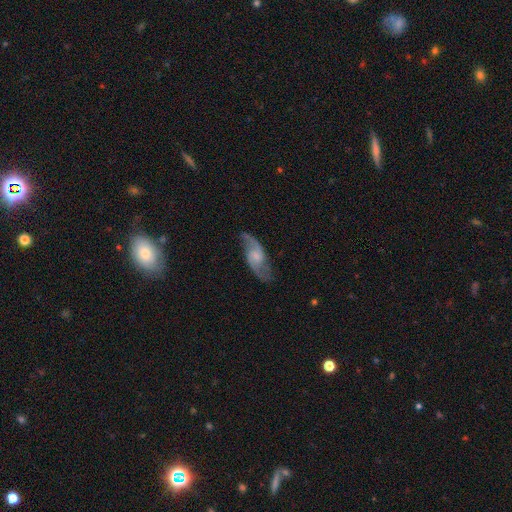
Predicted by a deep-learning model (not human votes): smooth_or_featured: featured or disk (p=0.83) [alt: smooth p=0.12]
disk_edge_on: no (p=0.94) [alt: yes p=0.06]
bar: weak (p=0.48) [alt: no p=0.41]
has_spiral_arms: yes (p=0.96) [alt: no p=0.04]
spiral_winding: loose (p=0.54) [alt: medium p=0.38]
spiral_arm_count: 2 (p=0.92) [alt: can't tell p=0.03]
bulge_size: none (p=0.35) [alt: small p=0.33]
merging: none (p=0.76) [alt: minor disturbance p=0.16]